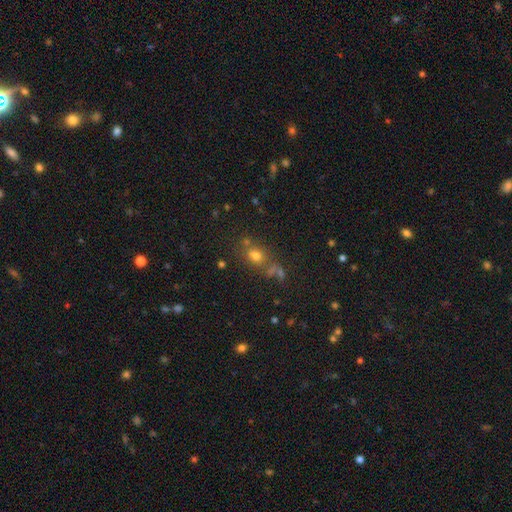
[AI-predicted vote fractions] smooth_or_featured: smooth (p=0.63) [alt: star or artifact p=0.26]
how_rounded: round (p=0.59) [alt: in between p=0.39]
merging: none (p=0.59) [alt: merger p=0.21]